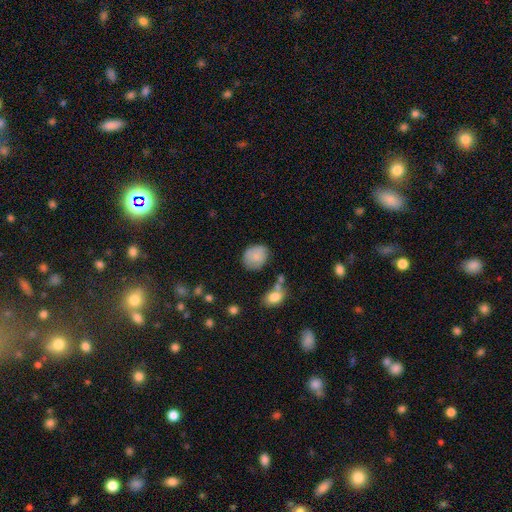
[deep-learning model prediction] This appears to be a smooth galaxy with no disk features (80%) that is round (64%). Merging: none (67%).